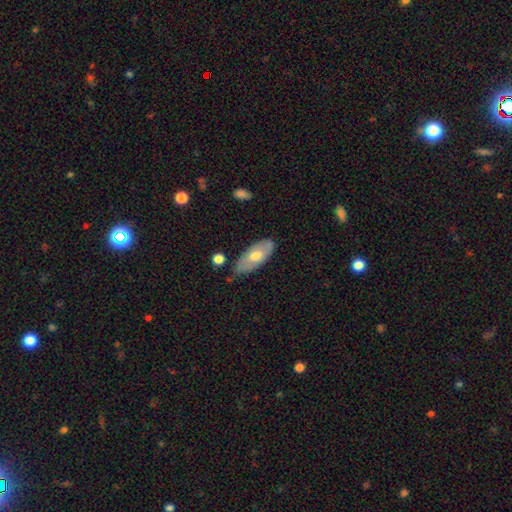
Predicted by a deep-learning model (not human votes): A smooth galaxy with no disk features (57%) that is in between round and cigar-shaped (85%).

Vote fractions:
- Smooth or featured? smooth: 57% / featured or disk: 37% / star or artifact: 6%
- How rounded? in between: 85% / cigar-shaped: 12% / round: 3%
- Merging? none: 74% / minor disturbance: 20% / major disturbance: 4% / merger: 3%